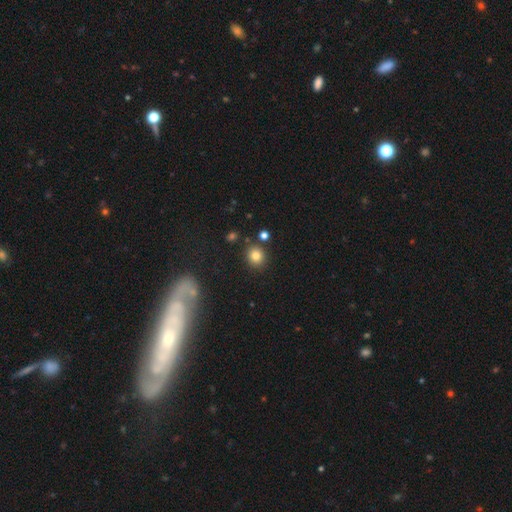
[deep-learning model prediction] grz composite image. It shows a smooth galaxy with no disk features (80%) that is round (80%). Merging: none (84%).